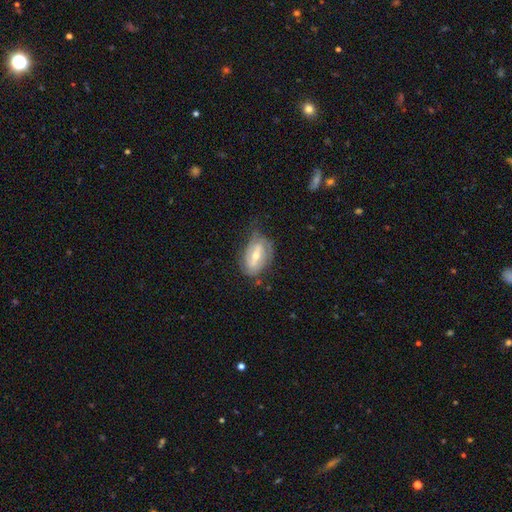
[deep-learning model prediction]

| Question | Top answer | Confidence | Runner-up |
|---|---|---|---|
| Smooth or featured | featured or disk | 65% | smooth (29%) |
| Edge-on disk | no | 92% | yes (8%) |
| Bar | weak | 42% | strong (38%) |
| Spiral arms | yes | 74% | no (26%) |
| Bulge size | moderate | 57% | small (37%) |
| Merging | none | 56% | minor disturbance (30%) |